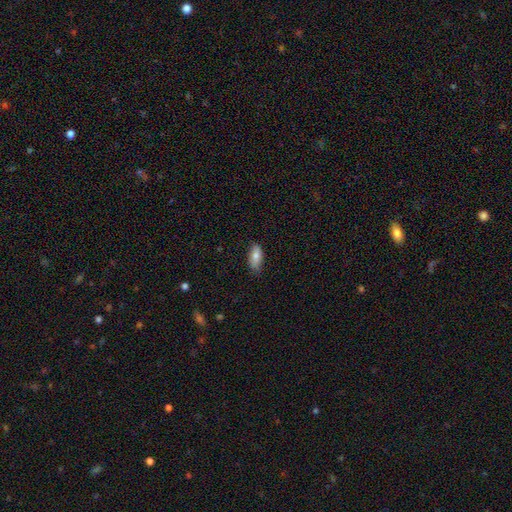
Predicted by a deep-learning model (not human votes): A smooth galaxy with no disk features (77%) that is in between round and cigar-shaped (86%). Merging: none (77%).